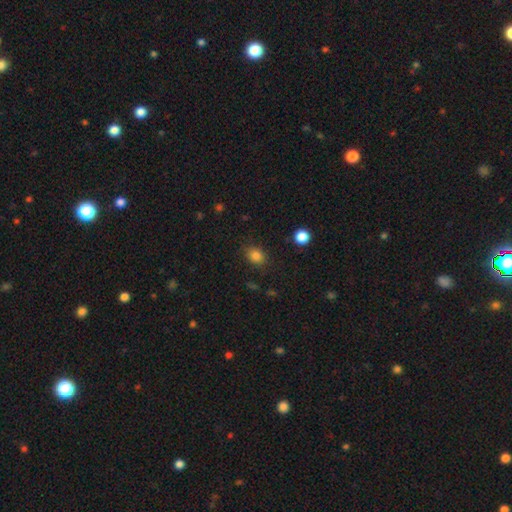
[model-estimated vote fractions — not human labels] This appears to be a smooth galaxy with no disk features (84%) that is in between round and cigar-shaped (51%). Merging: none (83%).